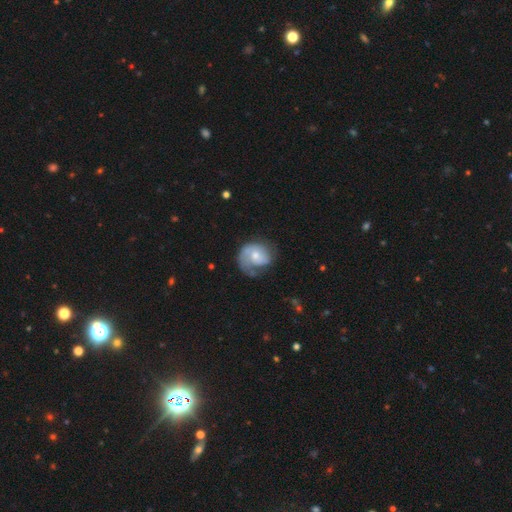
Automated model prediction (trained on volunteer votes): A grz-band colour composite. It shows a featured or disk galaxy (63%) with no bar (69%), 1 (51%) medium (37%, tied with tight) spiral arms (85%) and a moderate central bulge (49%). Merging: none (46%).